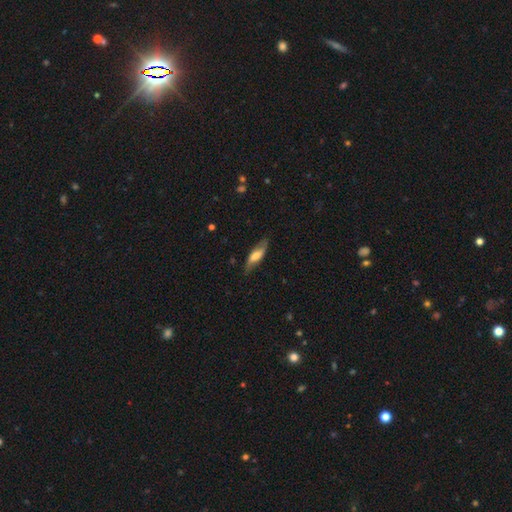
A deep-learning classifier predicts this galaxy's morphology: smooth 54%, featured or disk 40%, star or artifact 6%. Down the decision tree: how rounded — in between (53%); merging — none (73%).